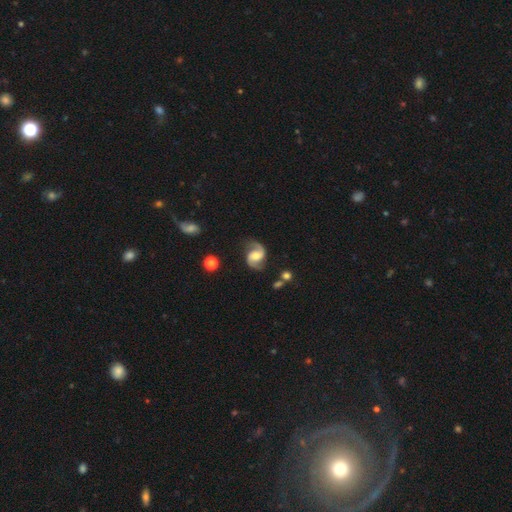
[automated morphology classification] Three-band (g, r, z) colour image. It shows a featured or disk galaxy (89%) with no bar (46%), 2 (94%) medium (53%) spiral arms (97%) and a moderate central bulge (57%). Merging: none (79%).